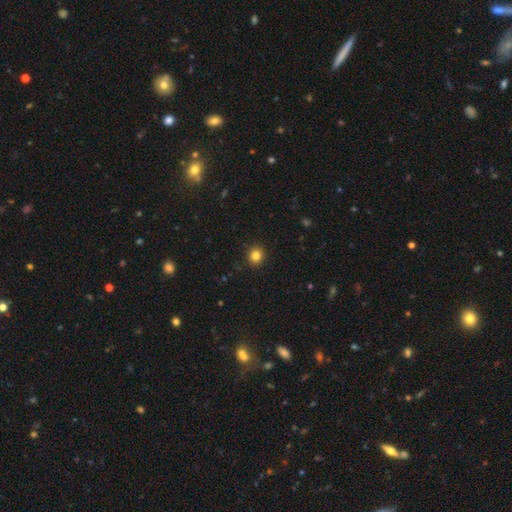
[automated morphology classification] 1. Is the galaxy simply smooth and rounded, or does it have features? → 83% smooth, 12% star or artifact, 5% featured or disk.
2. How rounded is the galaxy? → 89% round, 10% in between, 1% cigar-shaped.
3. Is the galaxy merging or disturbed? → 91% none, 6% minor disturbance, 2% major disturbance, 1% merger.